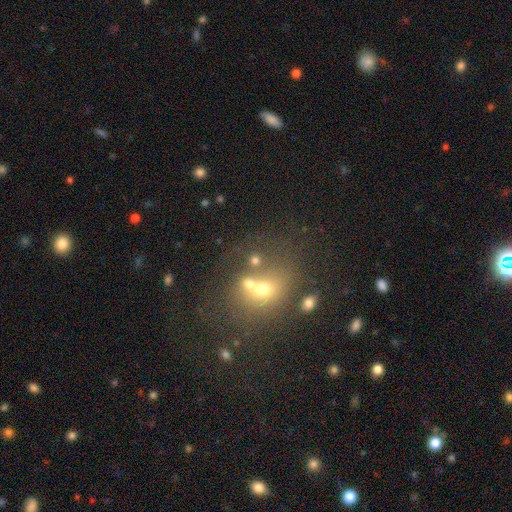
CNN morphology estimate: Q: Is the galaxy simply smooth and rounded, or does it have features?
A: smooth — 51%.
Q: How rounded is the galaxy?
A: round — 65%.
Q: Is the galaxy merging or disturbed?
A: none — 42%.